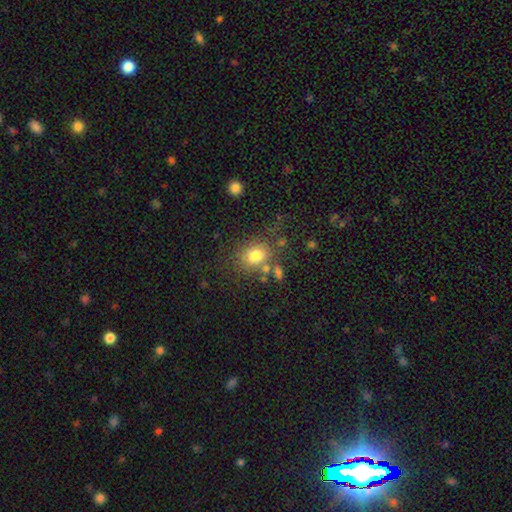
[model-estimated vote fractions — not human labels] Overall: smooth (77%). How rounded: round (56%; in between 43%). Merging: none (65%).